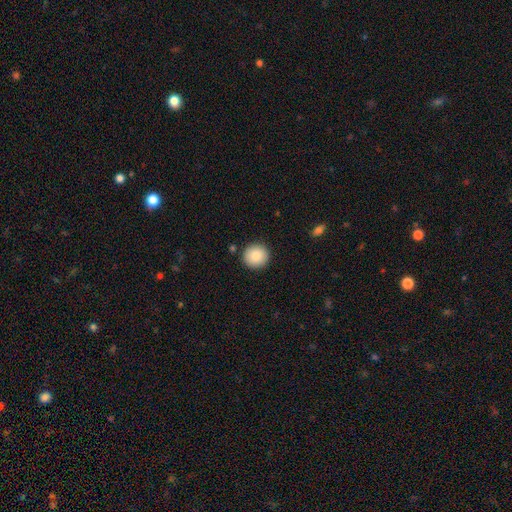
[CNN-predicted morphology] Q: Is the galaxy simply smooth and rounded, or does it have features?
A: smooth — 86%.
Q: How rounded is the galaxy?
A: round — 93%.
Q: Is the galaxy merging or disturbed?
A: none — 91%.